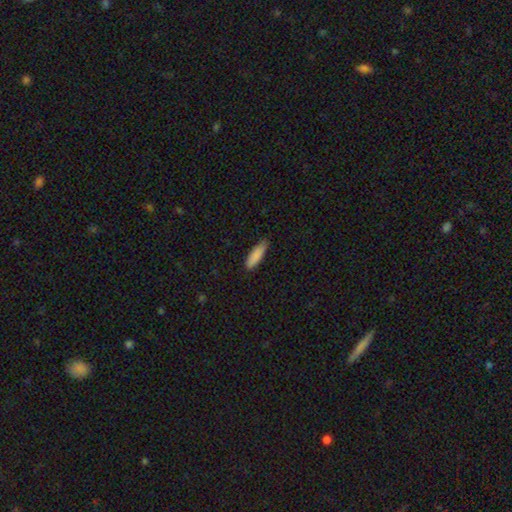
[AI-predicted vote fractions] The model was most divided on "how rounded": cigar-shaped: 54%, in between: 44%, round: 2%. More confident: smooth or featured — smooth (87%); merging — none (76%).